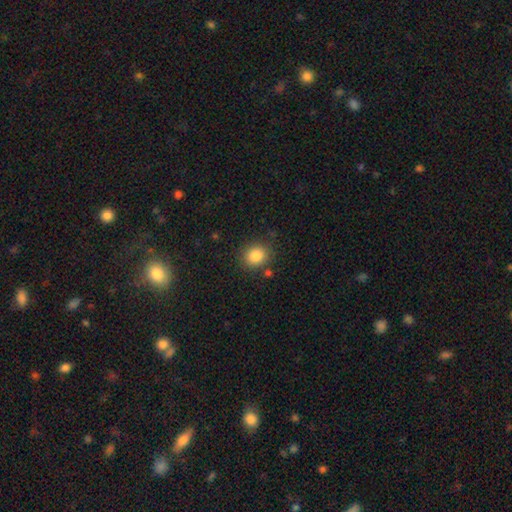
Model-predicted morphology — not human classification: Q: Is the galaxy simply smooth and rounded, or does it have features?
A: smooth — 85%.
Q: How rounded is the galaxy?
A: round — 70%.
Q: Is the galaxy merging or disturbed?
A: none — 84%.